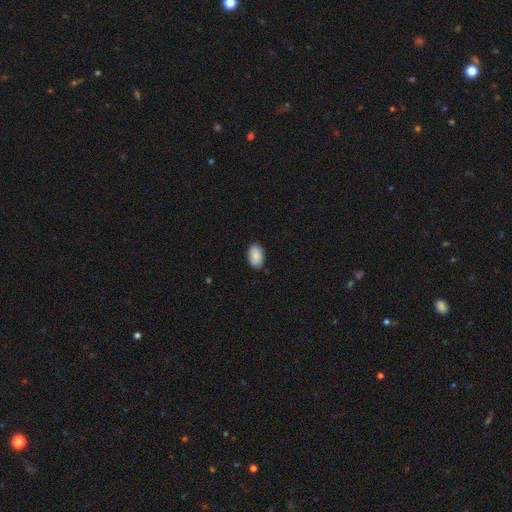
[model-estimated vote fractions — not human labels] smooth_or_featured: smooth (p=0.84) [alt: featured or disk p=0.09]
how_rounded: in between (p=0.91) [alt: round p=0.08]
merging: none (p=0.84) [alt: minor disturbance p=0.13]